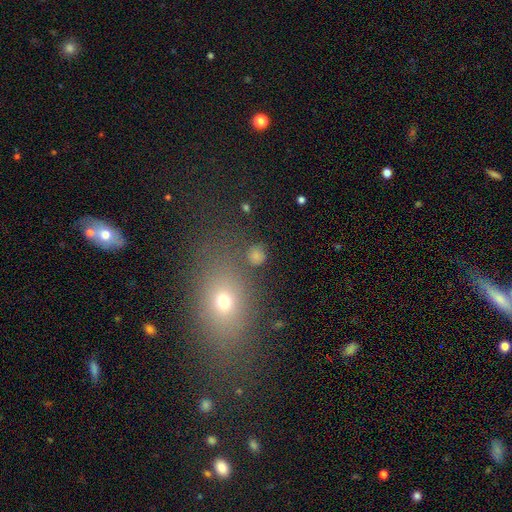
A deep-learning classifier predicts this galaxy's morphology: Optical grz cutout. It shows a smooth galaxy with no disk features (66%) that is round (65%). Merging: none (76%).